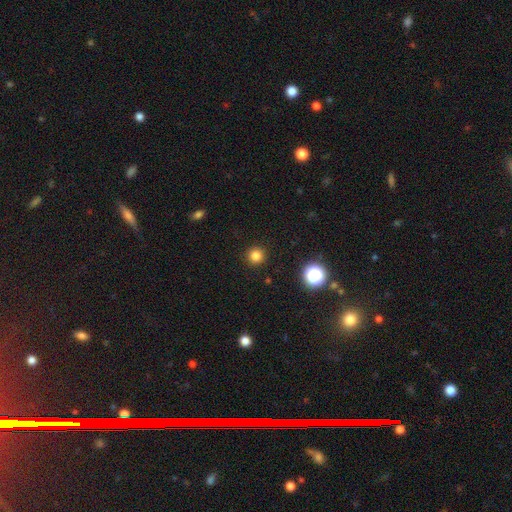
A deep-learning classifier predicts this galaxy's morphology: type=smooth (81%); roundness=round (96%); merging=none (92%).